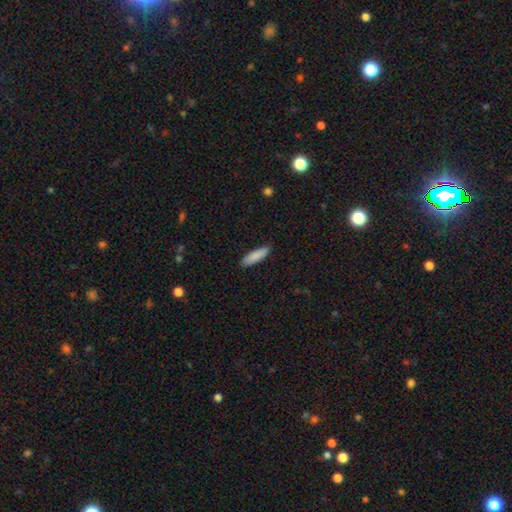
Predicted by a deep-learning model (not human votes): A smooth galaxy with no disk features (87%) that is cigar-shaped (59%).

Vote fractions:
- Smooth or featured? smooth: 87% / featured or disk: 8% / star or artifact: 6%
- How rounded? cigar-shaped: 59% / in between: 39% / round: 1%
- Merging? none: 88% / minor disturbance: 9% / major disturbance: 2% / merger: 1%